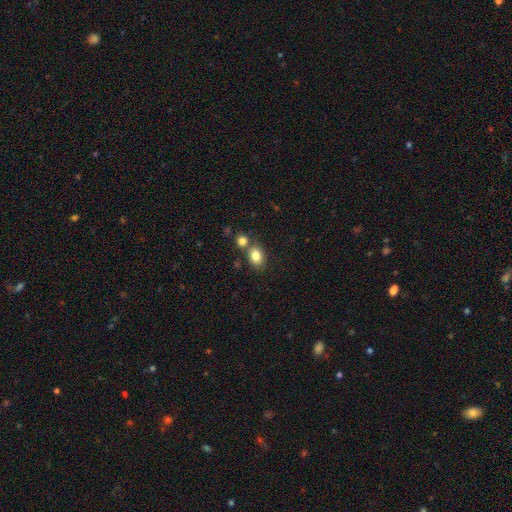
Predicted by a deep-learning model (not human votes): smooth_or_featured: smooth (p=0.83) [alt: star or artifact p=0.10]
how_rounded: in between (p=0.62) [alt: round p=0.37]
merging: none (p=0.61) [alt: merger p=0.24]